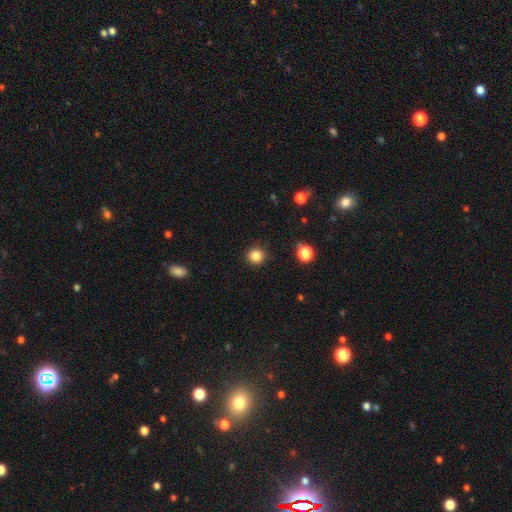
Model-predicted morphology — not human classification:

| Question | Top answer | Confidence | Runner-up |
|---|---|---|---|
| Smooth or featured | smooth | 84% | star or artifact (12%) |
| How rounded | round | 95% | in between (4%) |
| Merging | none | 91% | minor disturbance (6%) |